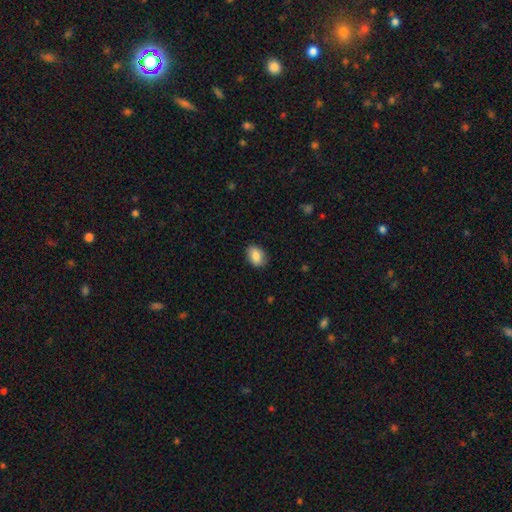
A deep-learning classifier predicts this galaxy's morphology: Overall: smooth (86%). How rounded: in between (81%). Merging: none (83%).